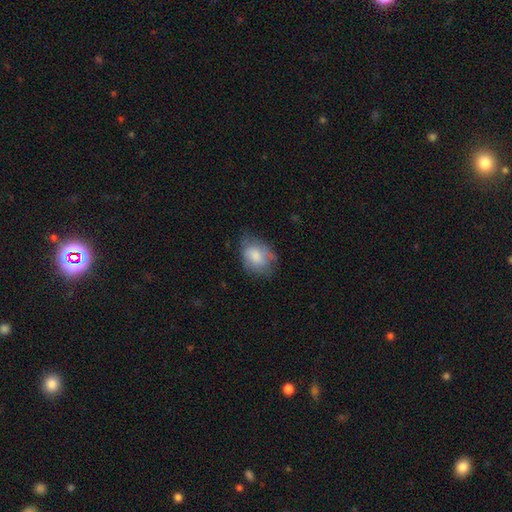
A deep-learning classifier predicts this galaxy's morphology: Smooth or featured: smooth — 72% (featured or disk — 20%)
How rounded: in between — 75% (round — 24%)
Merging: none — 52% (minor disturbance — 33%)